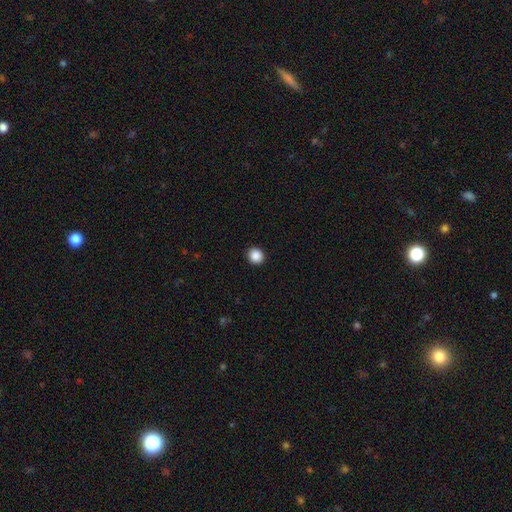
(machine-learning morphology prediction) Q: Smooth or featured?
A: smooth (88%); runner-up: star or artifact (9%)
Q: How rounded?
A: round (91%); runner-up: in between (8%)
Q: Merging?
A: none (93%); runner-up: minor disturbance (4%)